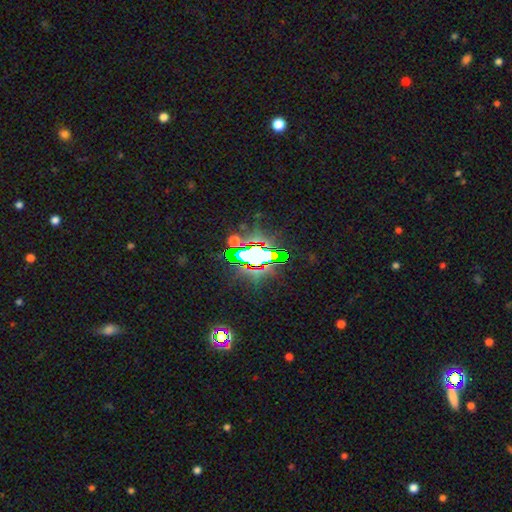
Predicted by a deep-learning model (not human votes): A star or artifact, not a galaxy (65%).